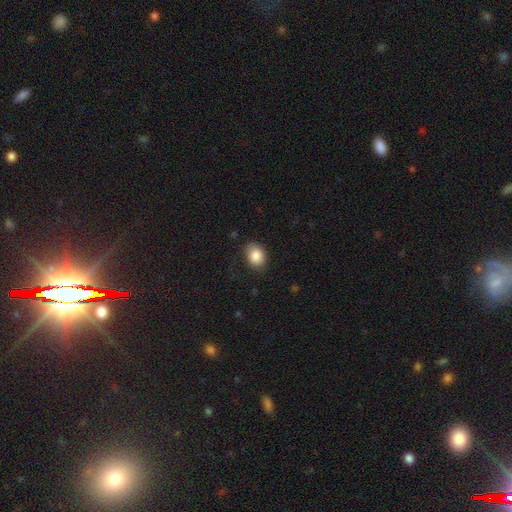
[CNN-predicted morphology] smooth-or-featured: smooth: 87% | star or artifact: 8% | featured or disk: 5%
  how-rounded: in between: 64% | round: 35% | cigar-shaped: 1%
  merging: none: 74% | minor disturbance: 19% | major disturbance: 5% | merger: 1%